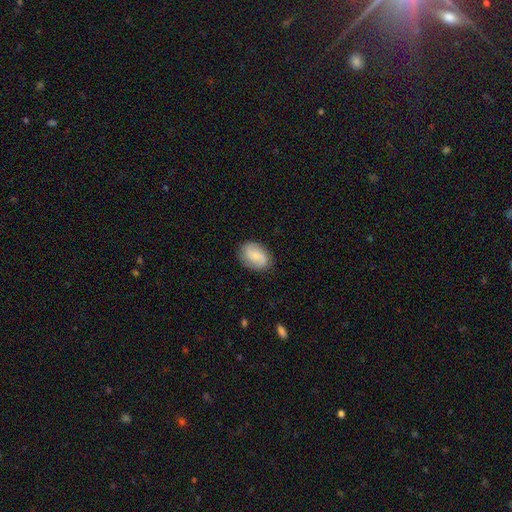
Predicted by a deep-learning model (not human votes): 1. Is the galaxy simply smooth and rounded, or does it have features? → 56% smooth, 36% featured or disk, 7% star or artifact.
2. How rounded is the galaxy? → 82% in between, 17% round, 2% cigar-shaped.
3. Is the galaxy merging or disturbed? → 83% none, 13% minor disturbance, 3% major disturbance, 1% merger.